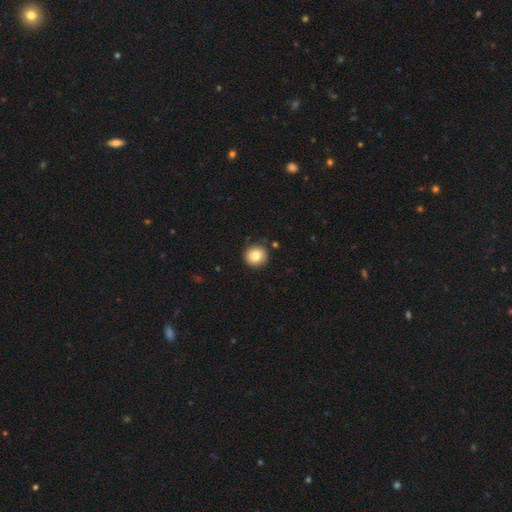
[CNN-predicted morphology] This appears to be a smooth galaxy with no disk features (82%) that is round (93%). Merging: none (88%).